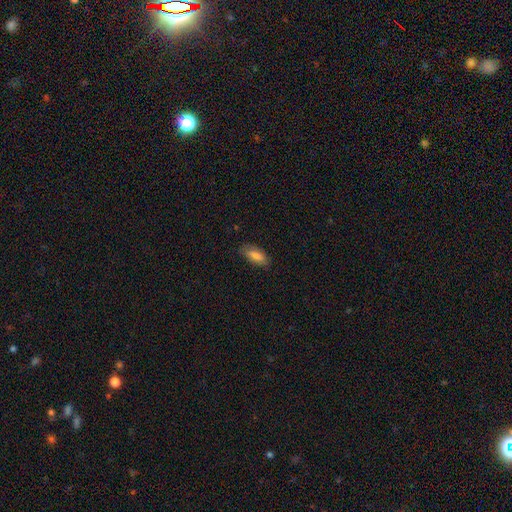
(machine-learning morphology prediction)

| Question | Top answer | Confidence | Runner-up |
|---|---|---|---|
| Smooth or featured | smooth | 83% | featured or disk (11%) |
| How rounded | in between | 81% | cigar-shaped (17%) |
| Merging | none | 80% | minor disturbance (16%) |